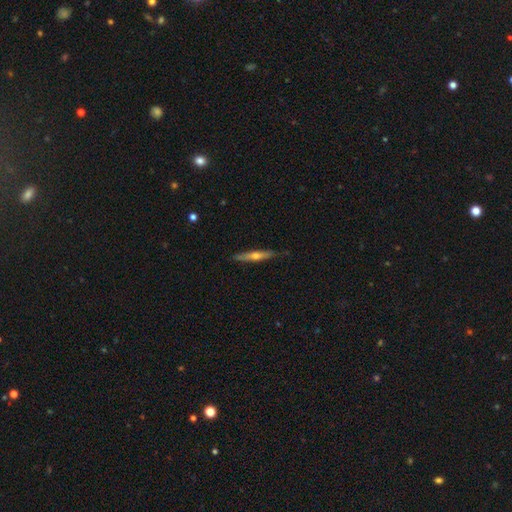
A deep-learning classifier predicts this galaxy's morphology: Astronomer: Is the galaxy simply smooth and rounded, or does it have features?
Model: featured or disk — 57% (runner-up: smooth, 37%).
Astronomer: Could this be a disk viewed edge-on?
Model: yes — 94%.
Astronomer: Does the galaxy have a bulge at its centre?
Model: rounded — 82%.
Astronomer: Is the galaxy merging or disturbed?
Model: none — 85%.